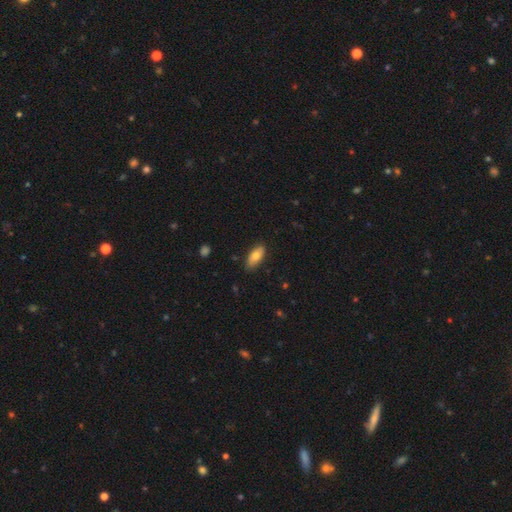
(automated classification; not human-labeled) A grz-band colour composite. It shows a smooth galaxy with no disk features (76%) that is in between round and cigar-shaped (85%). Merging: none (84%).